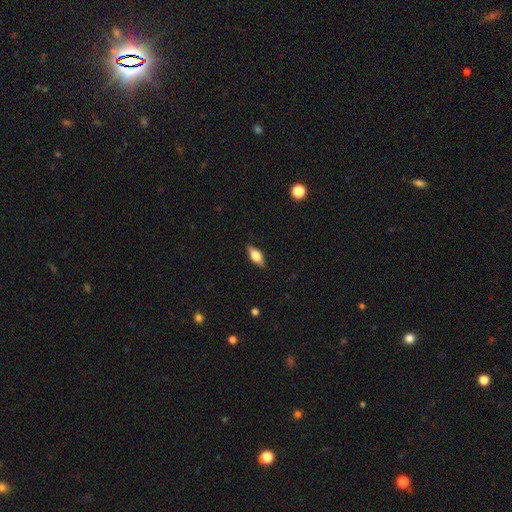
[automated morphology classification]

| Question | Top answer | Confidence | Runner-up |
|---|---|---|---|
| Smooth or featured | smooth | 56% | featured or disk (37%) |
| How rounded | in between | 76% | cigar-shaped (20%) |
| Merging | none | 87% | minor disturbance (10%) |